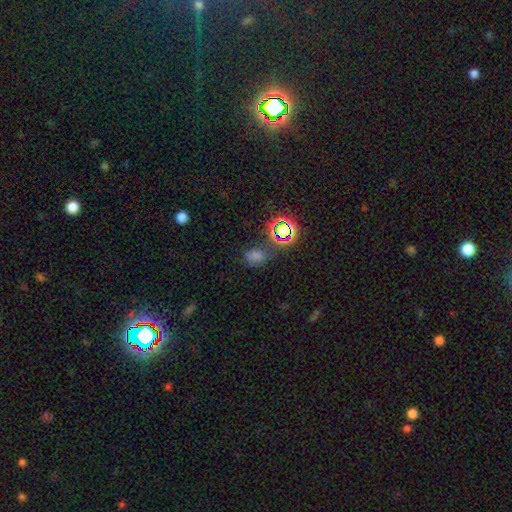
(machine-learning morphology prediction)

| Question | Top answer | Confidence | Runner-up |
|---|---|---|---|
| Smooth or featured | smooth | 46% | star or artifact (45%) |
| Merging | none | 65% | minor disturbance (16%) |